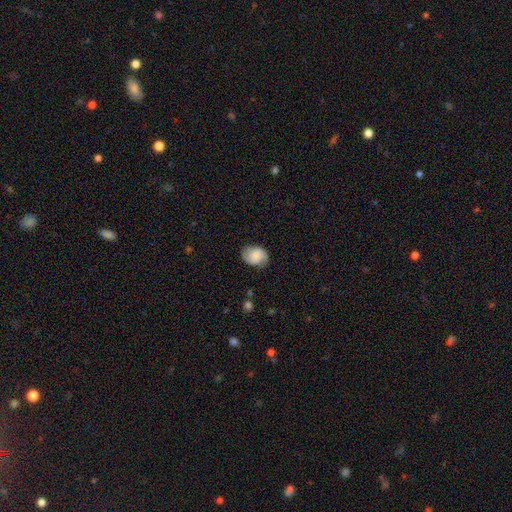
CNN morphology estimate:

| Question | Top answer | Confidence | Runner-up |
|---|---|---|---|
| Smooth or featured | smooth | 73% | featured or disk (19%) |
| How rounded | in between | 65% | round (34%) |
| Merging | none | 74% | minor disturbance (19%) |